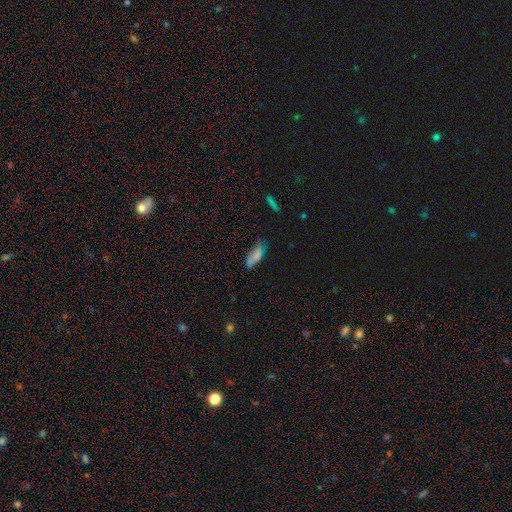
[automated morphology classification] Smooth or featured? smooth (67%)
How rounded? in between (62%)
Merging? none (45%)